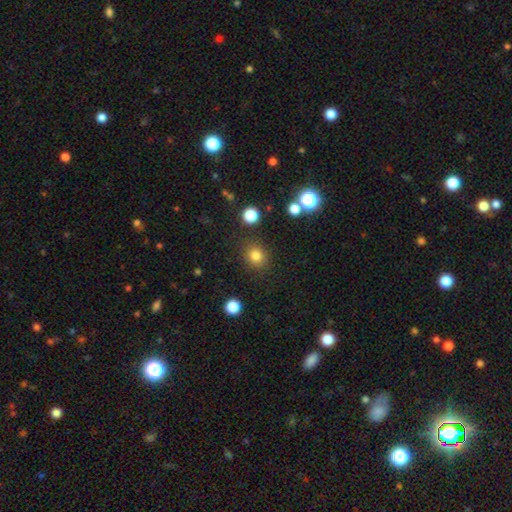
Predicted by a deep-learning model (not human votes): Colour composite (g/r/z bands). It shows a smooth galaxy with no disk features (81%) that is round (78%). Merging: none (86%).